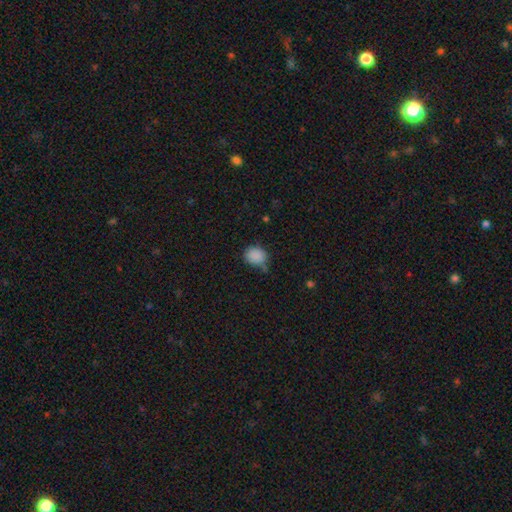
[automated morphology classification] Smooth or featured?
  - smooth: 87% *
  - star or artifact: 9%
  - featured or disk: 4%
How rounded?
  - round: 64% *
  - in between: 35%
  - cigar-shaped: 1%
Merging?
  - none: 62% *
  - minor disturbance: 26%
  - merger: 6%
  - major disturbance: 6%